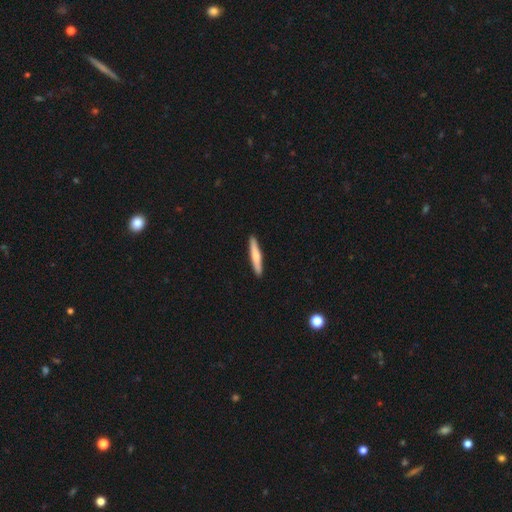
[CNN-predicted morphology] smooth_or_featured: smooth (p=0.62) [alt: featured or disk p=0.33]
how_rounded: cigar-shaped (p=0.93) [alt: in between p=0.06]
merging: none (p=0.92) [alt: minor disturbance p=0.06]